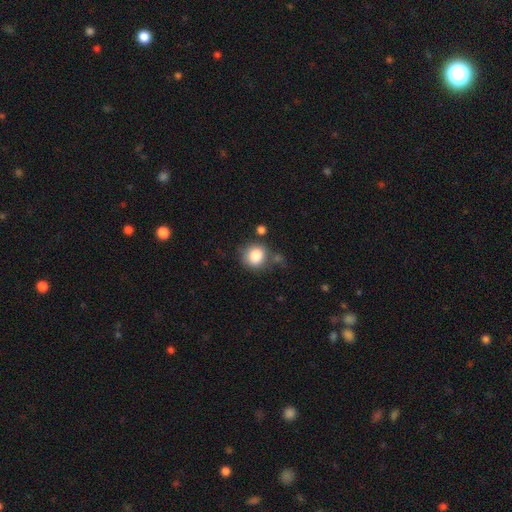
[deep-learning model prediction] This appears to be a smooth galaxy with no disk features (85%) that is round (83%). Merging: none (71%).